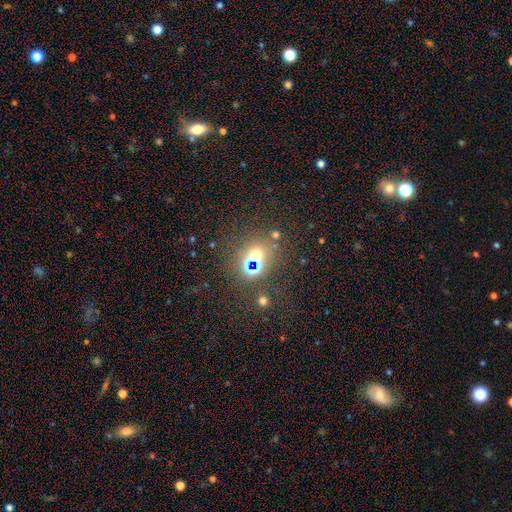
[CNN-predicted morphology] smooth-or-featured: star or artifact: 52% | smooth: 37% | featured or disk: 11%